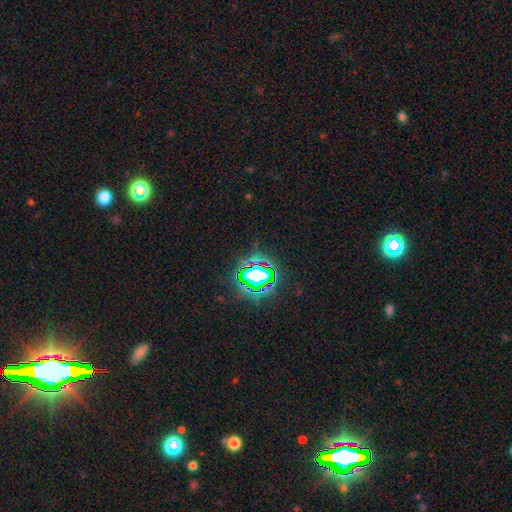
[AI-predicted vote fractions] This appears to be a star or artifact, not a galaxy (80%).